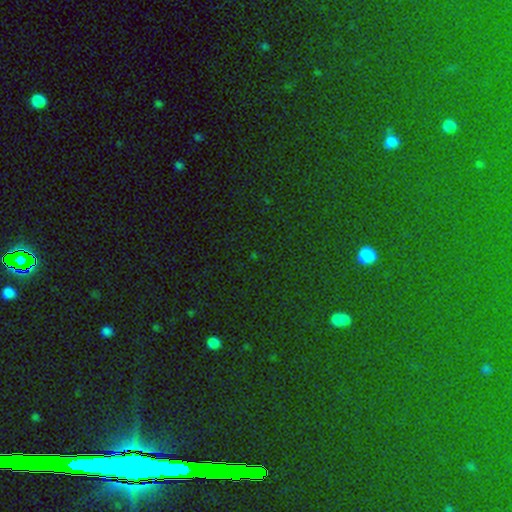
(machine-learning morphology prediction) Overall: star or artifact (77%).